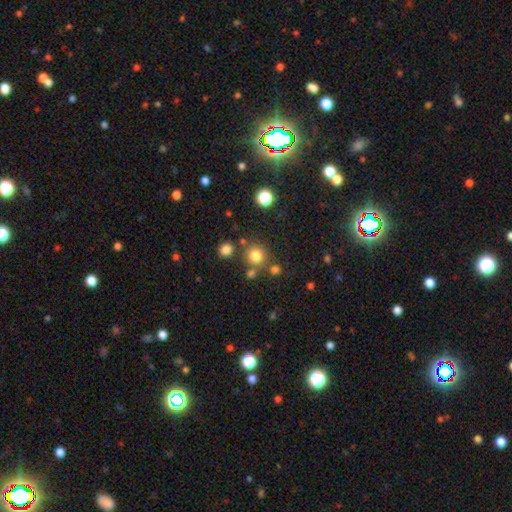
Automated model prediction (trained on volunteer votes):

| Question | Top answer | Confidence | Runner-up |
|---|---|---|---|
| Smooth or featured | smooth | 79% | star or artifact (15%) |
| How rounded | round | 91% | in between (9%) |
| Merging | none | 76% | merger (11%) |